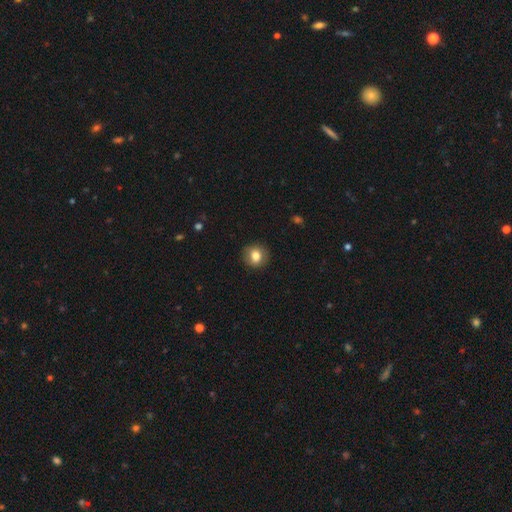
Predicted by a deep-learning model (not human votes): smooth-or-featured: smooth: 79% | featured or disk: 12% | star or artifact: 9%
  how-rounded: round: 83% | in between: 16% | cigar-shaped: 1%
  merging: none: 89% | minor disturbance: 8% | major disturbance: 2% | merger: 1%